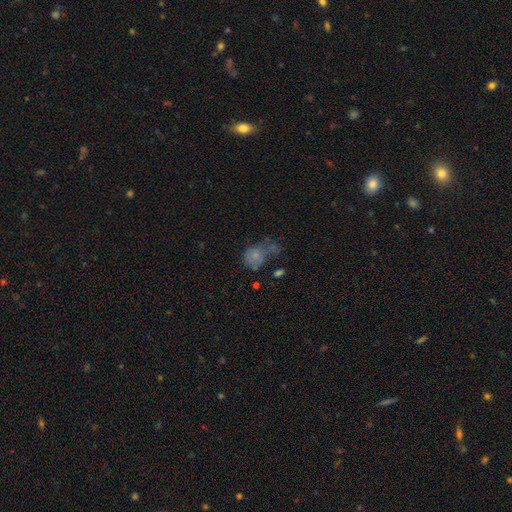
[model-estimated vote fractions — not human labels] A smooth galaxy with no disk features (64%) that is in between round and cigar-shaped (53%). Merging: none (29%).